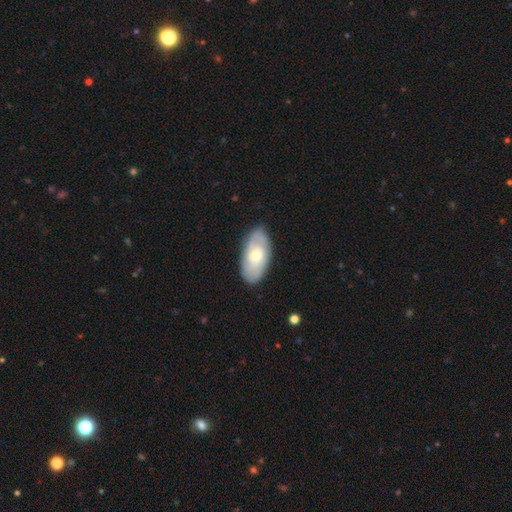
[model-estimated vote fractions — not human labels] Smooth or featured? Predicted: featured or disk (p=0.56). Edge-on disk? Predicted: no (p=0.91). Bar? Predicted: no (p=0.72). Spiral arms? Predicted: yes (p=0.70). Bulge size? Predicted: moderate (p=0.60). Merging? Predicted: none (p=0.82).